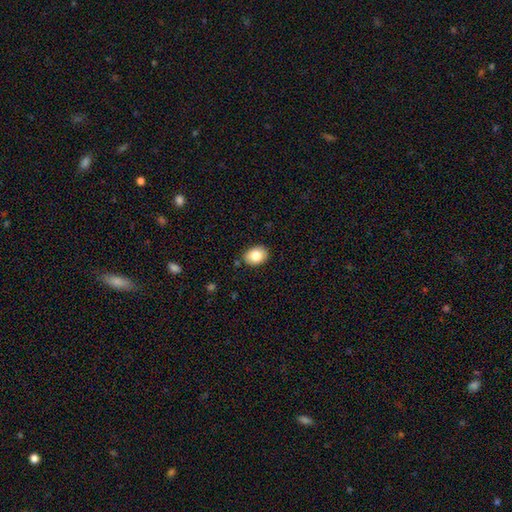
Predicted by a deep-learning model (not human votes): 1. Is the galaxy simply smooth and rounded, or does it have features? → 82% smooth, 9% featured or disk, 9% star or artifact.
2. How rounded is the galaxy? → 66% in between, 33% round, 1% cigar-shaped.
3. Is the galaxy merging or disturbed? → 85% none, 12% minor disturbance, 2% major disturbance, 2% merger.